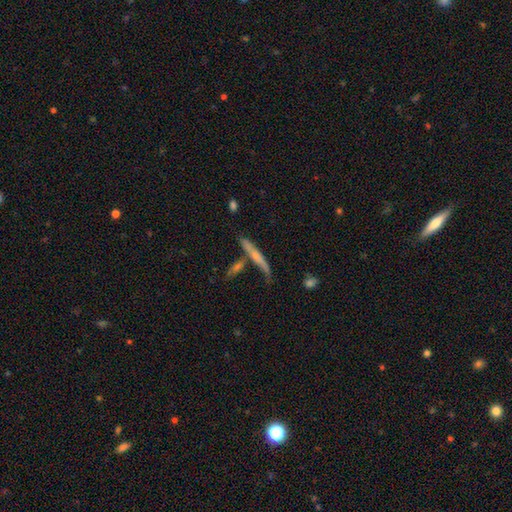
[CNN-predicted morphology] Smooth or featured? Predicted: featured or disk (p=0.50). Edge-on disk? Predicted: yes (p=0.90). Merging? Predicted: none (p=0.60).